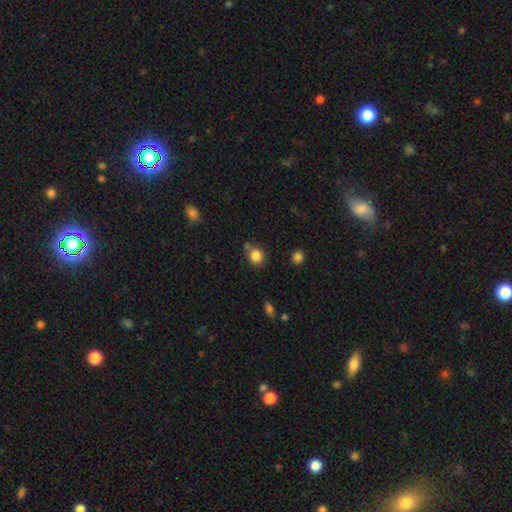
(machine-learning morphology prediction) Smooth or featured? smooth (84%)
How rounded? round (84%)
Merging? none (69%)